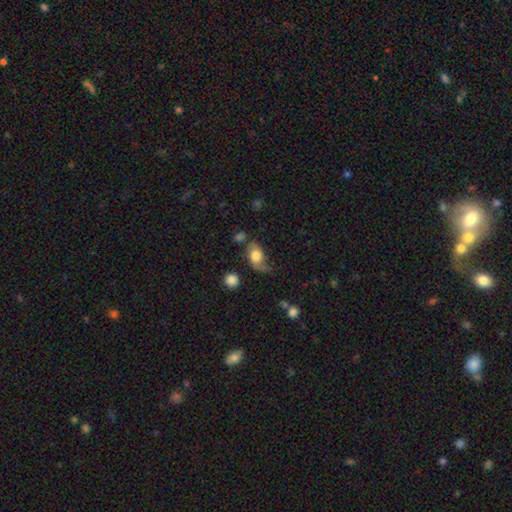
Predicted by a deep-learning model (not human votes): smooth 70%, featured or disk 21%, star or artifact 8%. Down the decision tree: how rounded — in between (78%); merging — none (41%).